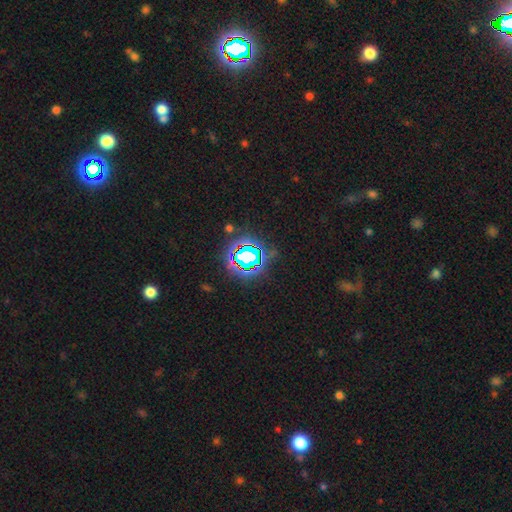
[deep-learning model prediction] smooth-or-featured: star or artifact: 80% | smooth: 12% | featured or disk: 7%